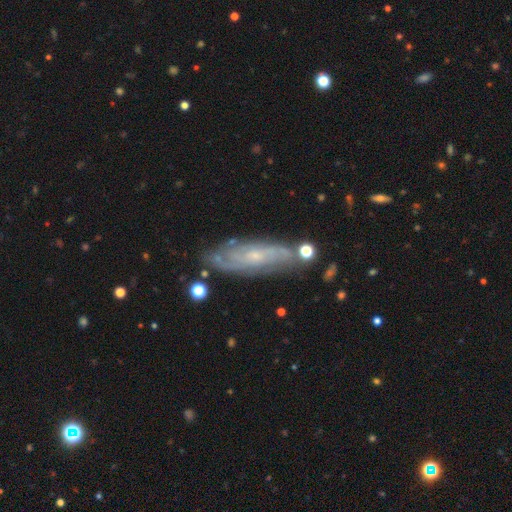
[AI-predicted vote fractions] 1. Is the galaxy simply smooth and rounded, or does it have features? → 73% featured or disk, 19% smooth, 8% star or artifact.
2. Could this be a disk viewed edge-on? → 78% no, 22% yes.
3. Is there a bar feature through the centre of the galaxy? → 68% no, 27% weak, 5% strong.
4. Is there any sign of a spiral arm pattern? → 88% yes, 12% no.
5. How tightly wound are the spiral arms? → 55% tight, 32% medium, 12% loose.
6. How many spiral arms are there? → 55% can't tell, 19% 2, 9% 3, 7% 4, 4% more than 4, 4% 1.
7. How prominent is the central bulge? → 73% small, 20% moderate, 5% none, 1% large, 1% dominant.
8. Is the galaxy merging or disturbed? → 76% none, 16% minor disturbance, 4% major disturbance, 4% merger.